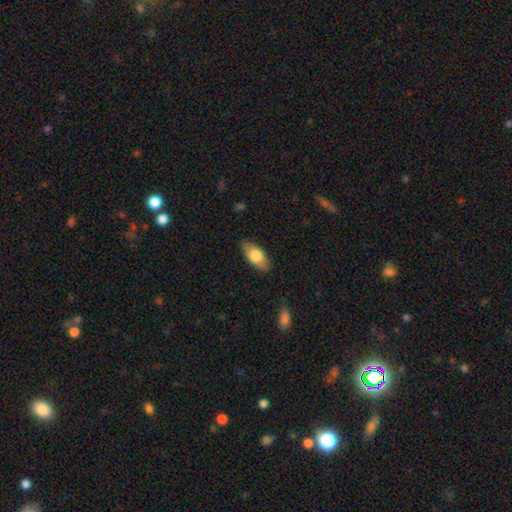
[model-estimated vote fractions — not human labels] Smooth or featured? smooth (75%)
How rounded? in between (87%)
Merging? none (86%)